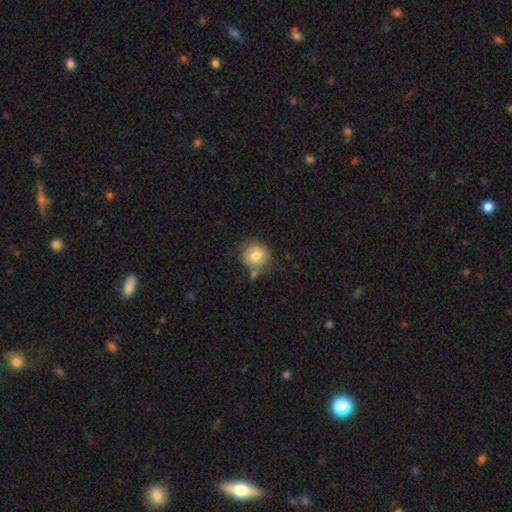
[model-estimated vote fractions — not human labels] Smooth or featured?
  - smooth: 78% *
  - featured or disk: 14%
  - star or artifact: 8%
How rounded?
  - round: 87% *
  - in between: 12%
  - cigar-shaped: 1%
Merging?
  - none: 67% *
  - minor disturbance: 16%
  - merger: 13%
  - major disturbance: 5%